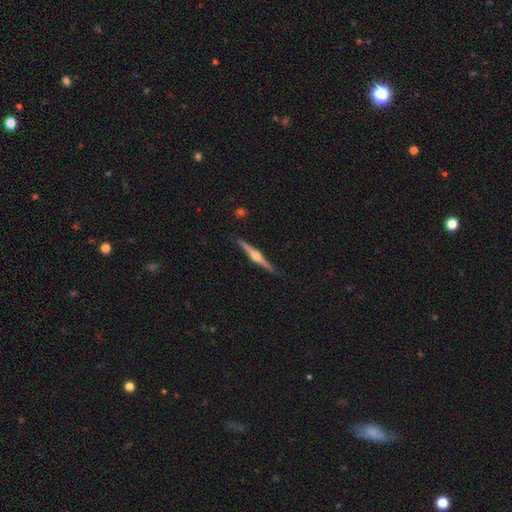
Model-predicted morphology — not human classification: This appears to be a featured or disk galaxy (81%) viewed edge-on (98%) with a rounded central bulge (94%). Merging: none (90%).